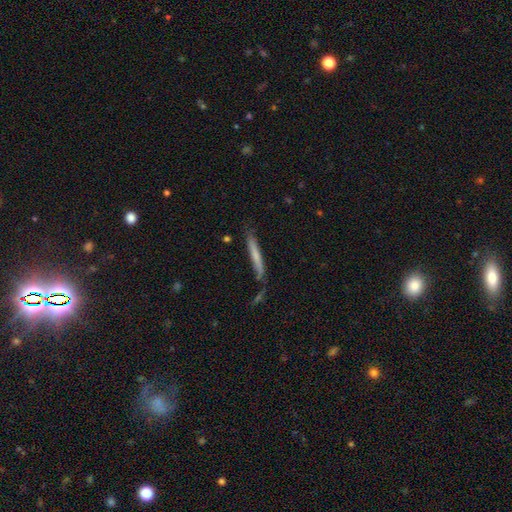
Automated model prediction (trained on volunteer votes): Q: Smooth or featured?
A: smooth (60%); runner-up: featured or disk (33%)
Q: How rounded?
A: cigar-shaped (95%); runner-up: in between (3%)
Q: Merging?
A: none (70%); runner-up: minor disturbance (18%)